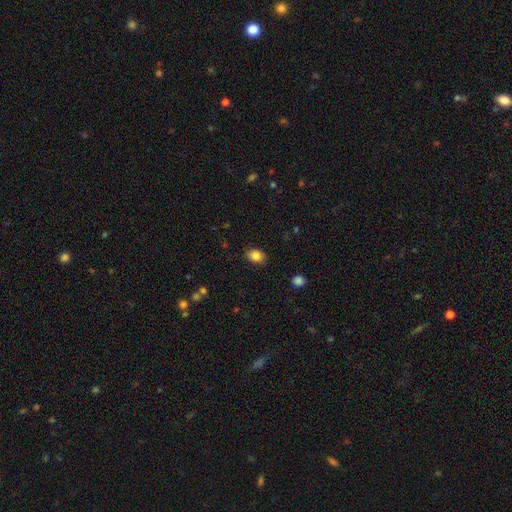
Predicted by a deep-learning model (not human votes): Morphology: type=smooth (86%); roundness=in between (72%); merging=none (85%).